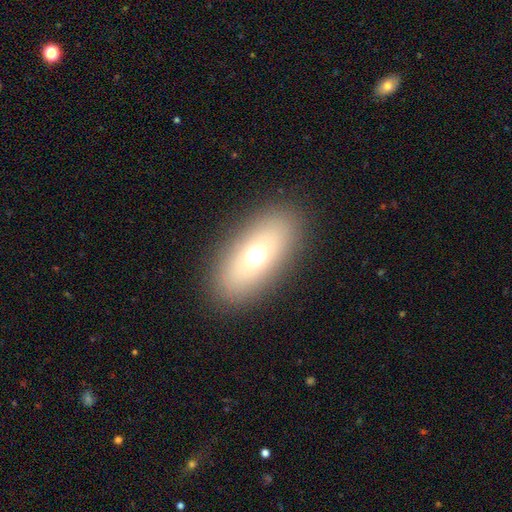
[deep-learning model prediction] A smooth galaxy with no disk features (63%) that is in between round and cigar-shaped (83%).

Vote fractions:
- Smooth or featured? smooth: 63% / featured or disk: 23% / star or artifact: 14%
- How rounded? in between: 83% / round: 10% / cigar-shaped: 7%
- Merging? none: 87% / minor disturbance: 8% / major disturbance: 4% / merger: 1%